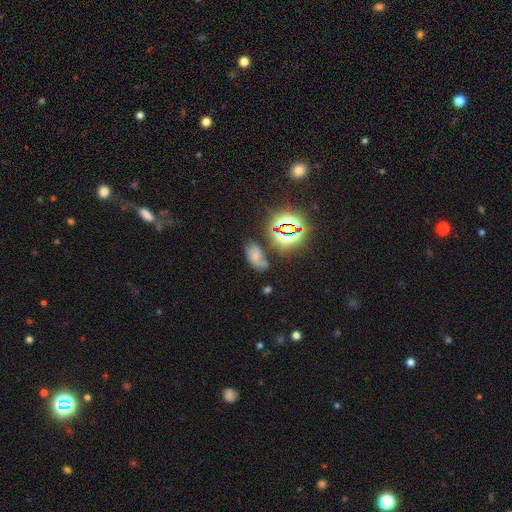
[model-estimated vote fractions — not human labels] Smooth or featured?
  - smooth: 38% *
  - featured or disk: 33%
  - star or artifact: 29%
Merging?
  - none: 48% *
  - minor disturbance: 25%
  - major disturbance: 15%
  - merger: 11%